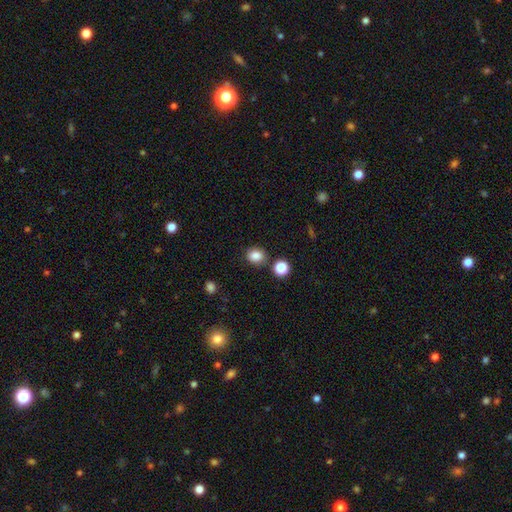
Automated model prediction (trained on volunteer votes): The model was most divided on "how rounded": round: 72%, in between: 27%, cigar-shaped: 1%. More confident: smooth or featured — smooth (84%); merging — none (82%).